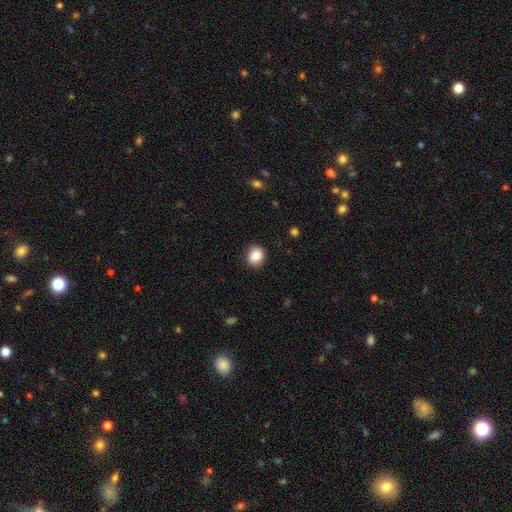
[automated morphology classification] type=smooth (86%); roundness=round (71%); merging=none (87%).